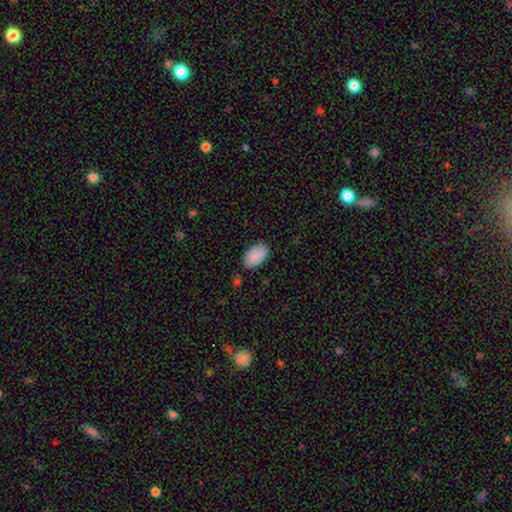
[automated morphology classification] A smooth galaxy with no disk features (89%) that is in between round and cigar-shaped (94%).

Vote fractions:
- Smooth or featured? smooth: 89% / star or artifact: 6% / featured or disk: 5%
- How rounded? in between: 94% / round: 4% / cigar-shaped: 1%
- Merging? none: 82% / minor disturbance: 13% / major disturbance: 3% / merger: 2%